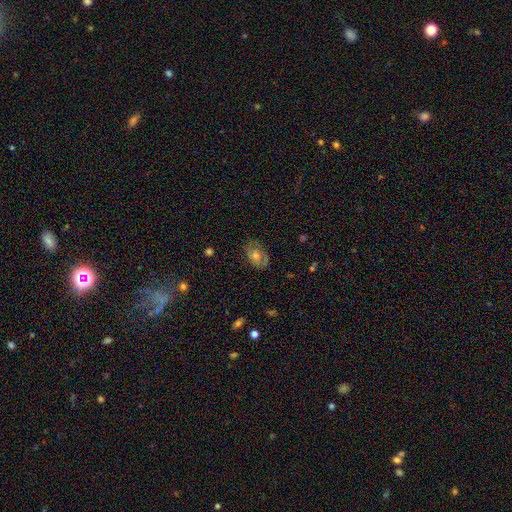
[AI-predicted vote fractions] This appears to be a featured or disk galaxy (49%). Merging: none (75%).